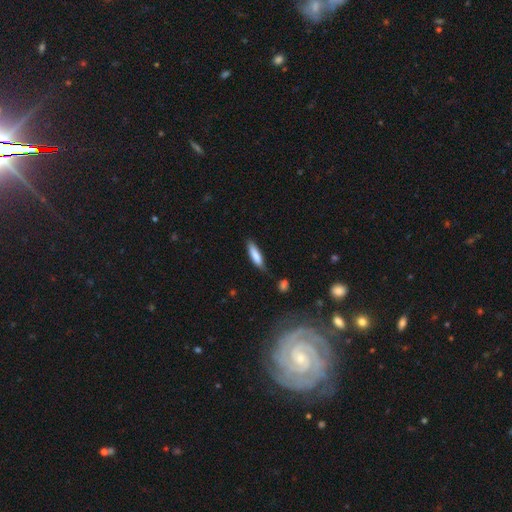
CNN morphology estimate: This appears to be a smooth galaxy with no disk features (81%) that is cigar-shaped (67%). Merging: none (70%).